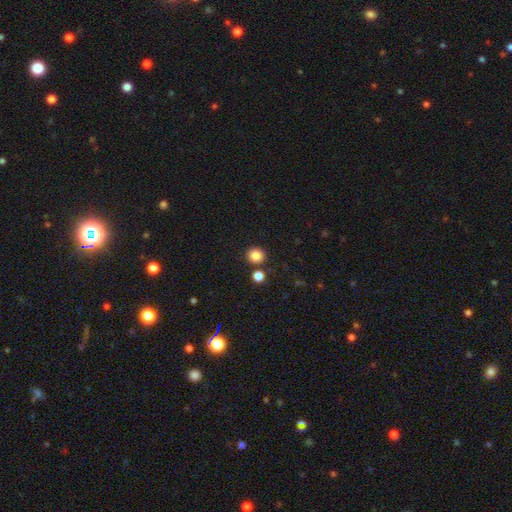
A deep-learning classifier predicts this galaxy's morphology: smooth-or-featured: smooth: 85% | star or artifact: 11% | featured or disk: 4%
  how-rounded: round: 86% | in between: 13% | cigar-shaped: 1%
  merging: none: 84% | merger: 7% | minor disturbance: 7% | major disturbance: 2%